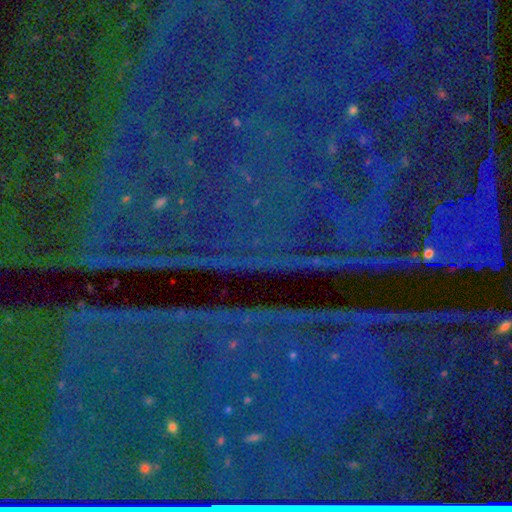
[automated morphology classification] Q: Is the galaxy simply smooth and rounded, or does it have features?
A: star or artifact — 88%.